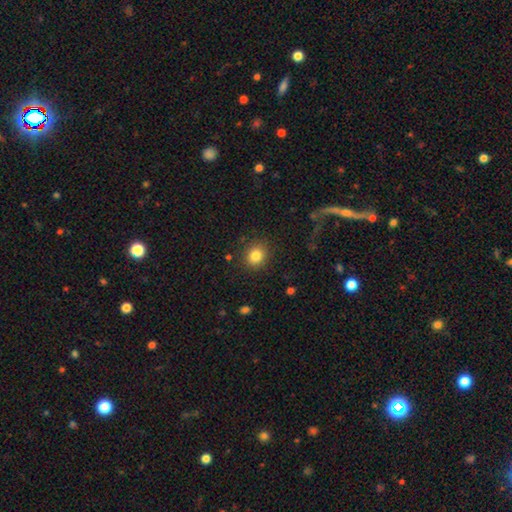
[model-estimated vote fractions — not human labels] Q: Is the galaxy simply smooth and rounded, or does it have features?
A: smooth — 83%.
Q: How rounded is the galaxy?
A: round — 77%.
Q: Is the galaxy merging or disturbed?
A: none — 88%.